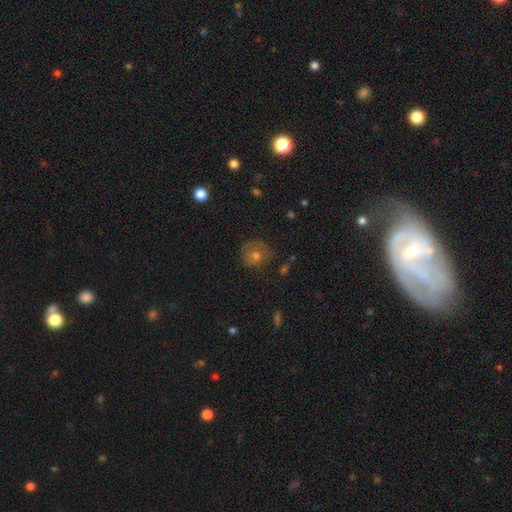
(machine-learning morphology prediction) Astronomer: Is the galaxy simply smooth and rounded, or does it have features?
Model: smooth — 56%.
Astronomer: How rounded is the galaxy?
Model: round — 83%.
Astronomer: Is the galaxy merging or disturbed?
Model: none — 68%.